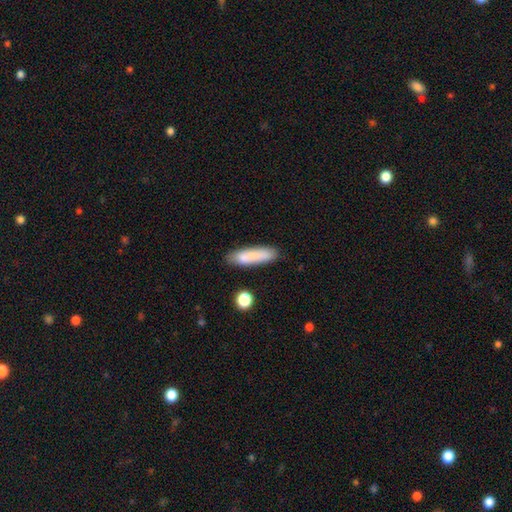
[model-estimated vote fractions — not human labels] A smooth galaxy with no disk features (79%) that is cigar-shaped (69%).

Vote fractions:
- Smooth or featured? smooth: 79% / featured or disk: 14% / star or artifact: 7%
- How rounded? cigar-shaped: 69% / in between: 29% / round: 2%
- Merging? none: 72% / minor disturbance: 15% / merger: 9% / major disturbance: 4%